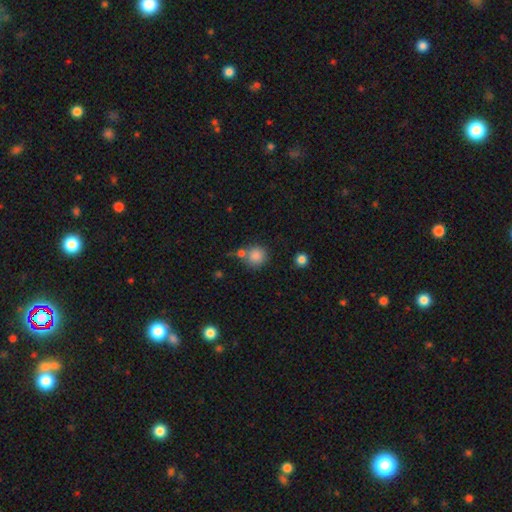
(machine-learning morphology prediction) A smooth galaxy with no disk features (85%) that is round (92%).

Vote fractions:
- Smooth or featured? smooth: 85% / star or artifact: 10% / featured or disk: 5%
- How rounded? round: 92% / in between: 7% / cigar-shaped: 1%
- Merging? none: 68% / merger: 18% / minor disturbance: 11% / major disturbance: 4%